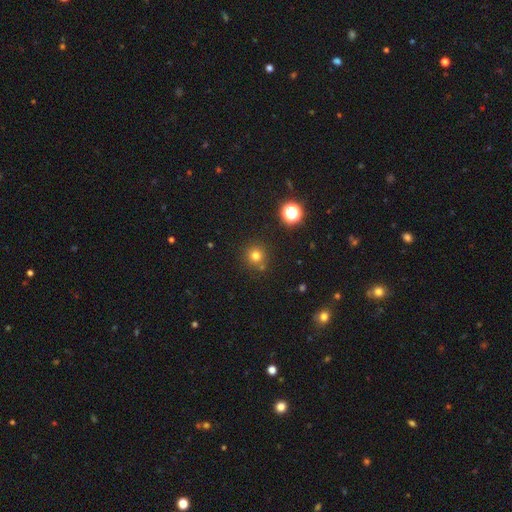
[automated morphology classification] Q: Smooth or featured?
A: smooth (75%); runner-up: star or artifact (19%)
Q: How rounded?
A: round (94%); runner-up: in between (5%)
Q: Merging?
A: none (82%); runner-up: minor disturbance (8%)